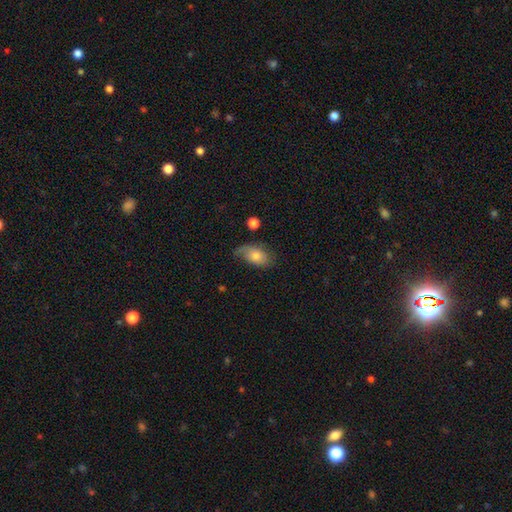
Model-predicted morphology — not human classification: type=smooth (62%); roundness=in between (90%); merging=none (54%).